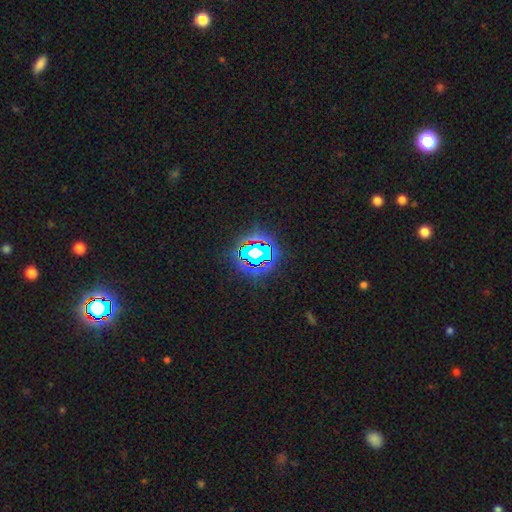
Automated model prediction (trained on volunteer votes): smooth-or-featured: star or artifact: 72% | smooth: 16% | featured or disk: 12%